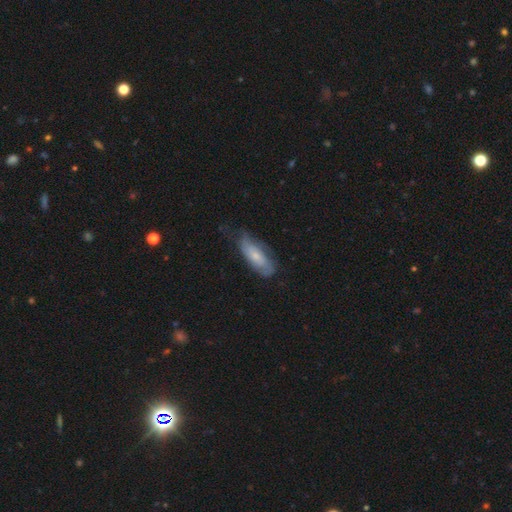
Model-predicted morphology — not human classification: smooth_or_featured: smooth (p=0.52) [alt: featured or disk p=0.41]
how_rounded: in between (p=0.71) [alt: cigar-shaped p=0.27]
merging: none (p=0.51) [alt: minor disturbance p=0.34]